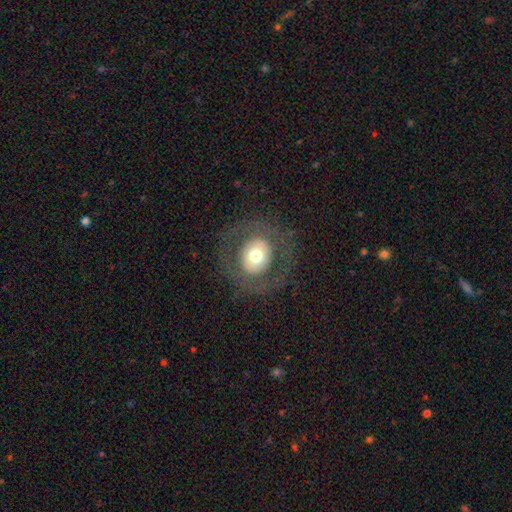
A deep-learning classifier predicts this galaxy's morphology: Q: Smooth or featured?
A: smooth (55%); runner-up: featured or disk (36%)
Q: How rounded?
A: round (82%); runner-up: in between (17%)
Q: Merging?
A: none (81%); runner-up: major disturbance (9%)